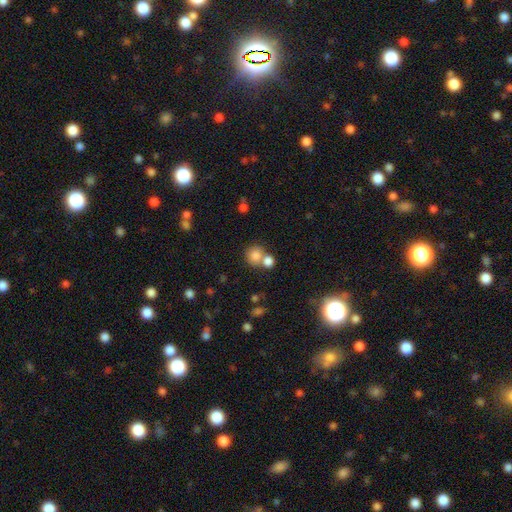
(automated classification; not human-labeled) smooth_or_featured: smooth (p=0.81) [alt: star or artifact p=0.11]
how_rounded: round (p=0.84) [alt: in between p=0.15]
merging: none (p=0.50) [alt: merger p=0.37]